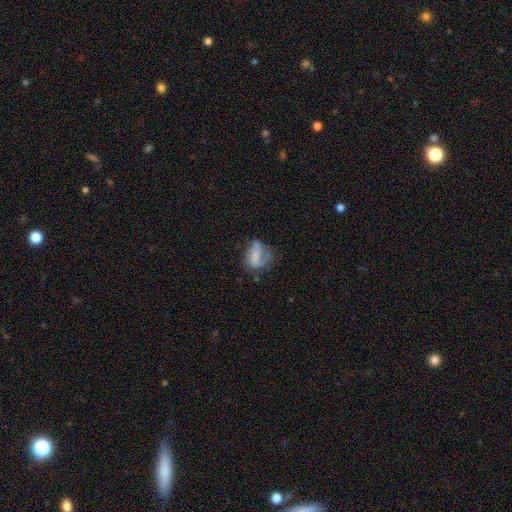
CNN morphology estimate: Q: Smooth or featured?
A: smooth (47%); runner-up: featured or disk (43%)
Q: Merging?
A: none (32%); tied with: major disturbance (32%)